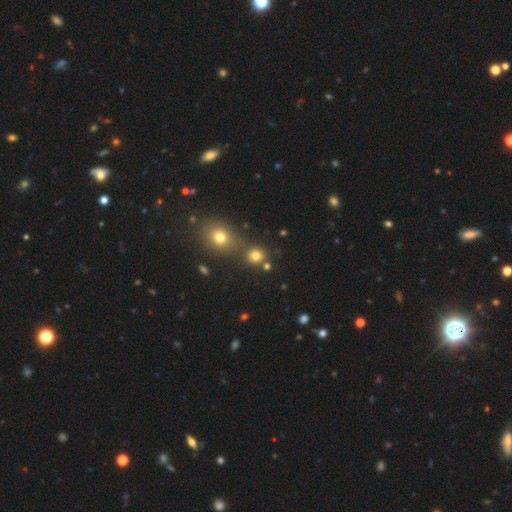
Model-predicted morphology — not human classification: smooth-or-featured: smooth: 77% | star or artifact: 16% | featured or disk: 7%
  how-rounded: round: 85% | in between: 14% | cigar-shaped: 1%
  merging: none: 65% | merger: 24% | minor disturbance: 8% | major disturbance: 3%